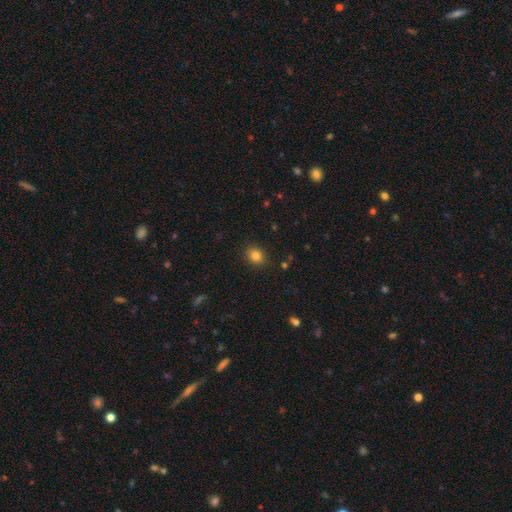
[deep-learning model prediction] Smooth or featured?
  - smooth: 83% *
  - star or artifact: 11%
  - featured or disk: 6%
How rounded?
  - in between: 50% *
  - round: 49%
  - cigar-shaped: 1%
Merging?
  - none: 88% *
  - minor disturbance: 8%
  - major disturbance: 2%
  - merger: 1%